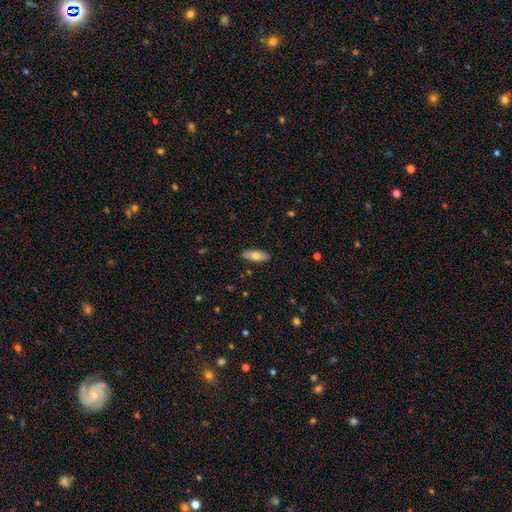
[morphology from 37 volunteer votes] This is possibly a smooth galaxy (57%). How rounded: likely in between (62%). Merging: clearly none (91%).